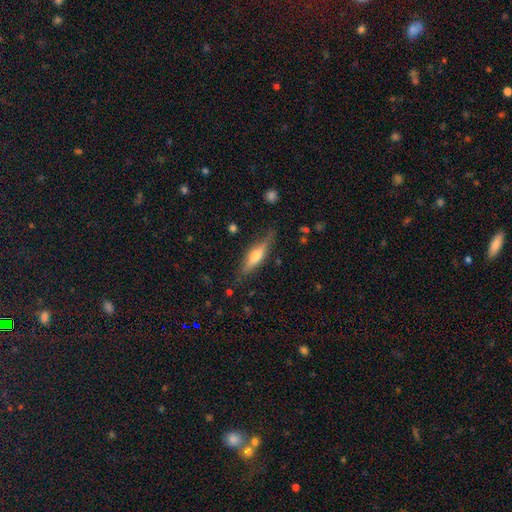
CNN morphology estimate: A featured or disk galaxy (52%) viewed edge-on (92%).

Vote fractions:
- Smooth or featured? featured or disk: 52% / smooth: 41% / star or artifact: 7%
- Edge-on disk? yes: 92% / no: 8%
- Merging? none: 78% / minor disturbance: 16% / major disturbance: 4% / merger: 2%